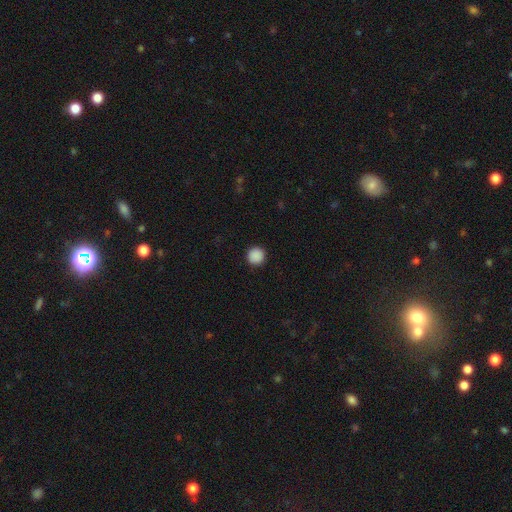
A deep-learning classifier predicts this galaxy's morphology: Smooth or featured? smooth (89%)
How rounded? round (96%)
Merging? none (93%)